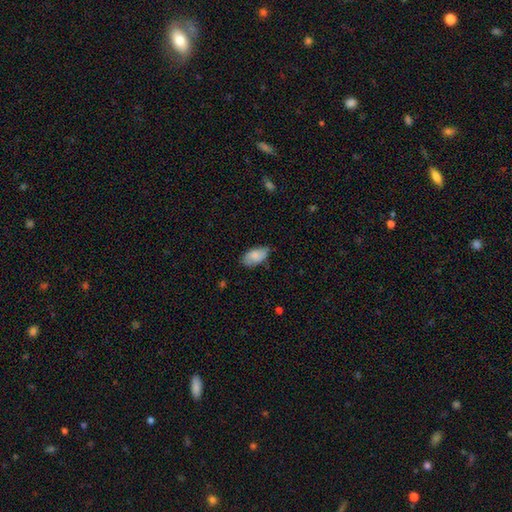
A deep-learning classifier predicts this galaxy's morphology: Smooth or featured? Predicted: smooth (p=0.83). How rounded? Predicted: in between (p=0.94). Merging? Predicted: none (p=0.68).